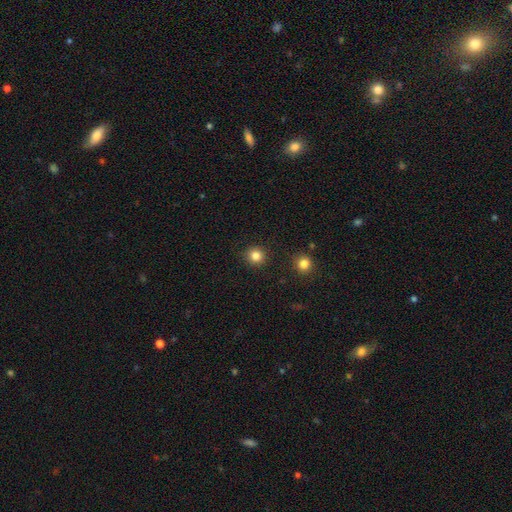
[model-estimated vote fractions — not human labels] smooth_or_featured: smooth (p=0.83) [alt: star or artifact p=0.12]
how_rounded: round (p=0.93) [alt: in between p=0.06]
merging: none (p=0.91) [alt: minor disturbance p=0.06]